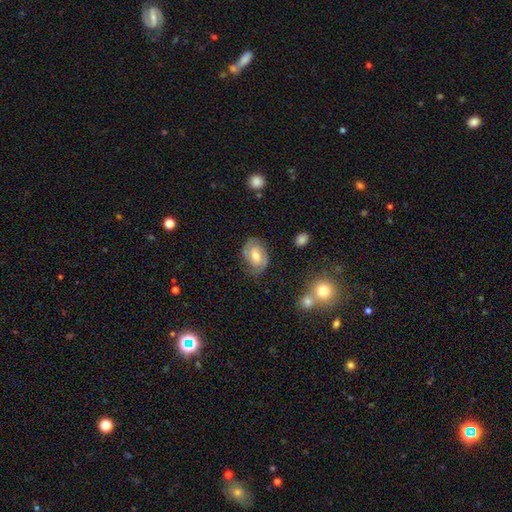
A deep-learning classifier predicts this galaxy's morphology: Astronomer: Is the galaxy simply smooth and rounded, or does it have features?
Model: featured or disk — 69%.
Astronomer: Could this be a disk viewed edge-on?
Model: no — 97%.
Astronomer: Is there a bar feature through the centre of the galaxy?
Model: weak — 46% (runner-up: no, 42%).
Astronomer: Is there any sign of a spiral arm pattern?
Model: yes — 89%.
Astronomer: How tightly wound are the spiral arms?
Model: tight — 45% (runner-up: medium, 43%).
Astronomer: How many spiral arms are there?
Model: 2 — 78%.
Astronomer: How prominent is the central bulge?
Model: moderate — 67%.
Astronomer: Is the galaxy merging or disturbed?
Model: none — 74%.